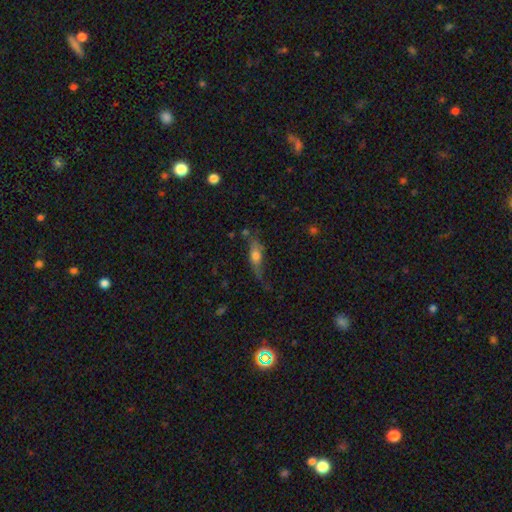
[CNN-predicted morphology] A smooth galaxy with no disk features (53%) that is in between round and cigar-shaped (52%).

Vote fractions:
- Smooth or featured? smooth: 53% / featured or disk: 39% / star or artifact: 9%
- How rounded? in between: 52% / cigar-shaped: 42% / round: 5%
- Merging? none: 46% / minor disturbance: 30% / major disturbance: 18% / merger: 6%